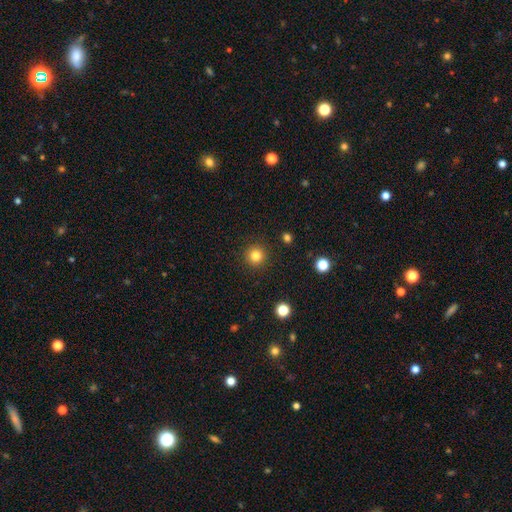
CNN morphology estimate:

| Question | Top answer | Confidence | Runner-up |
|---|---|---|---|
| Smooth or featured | smooth | 82% | star or artifact (13%) |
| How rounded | round | 95% | in between (4%) |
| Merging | none | 91% | minor disturbance (5%) |